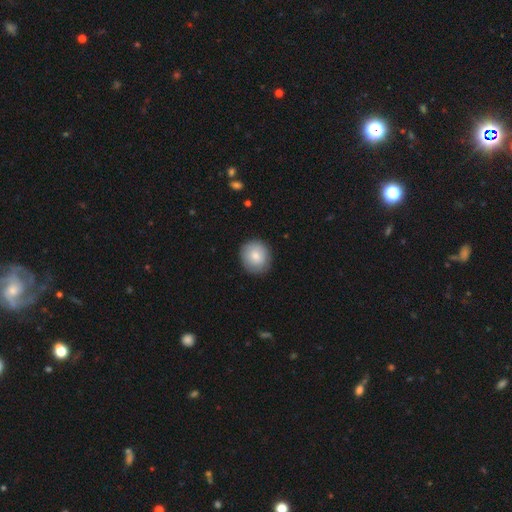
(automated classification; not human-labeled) Q: Smooth or featured?
A: smooth (77%); runner-up: featured or disk (16%)
Q: How rounded?
A: round (86%); runner-up: in between (13%)
Q: Merging?
A: none (86%); runner-up: minor disturbance (11%)